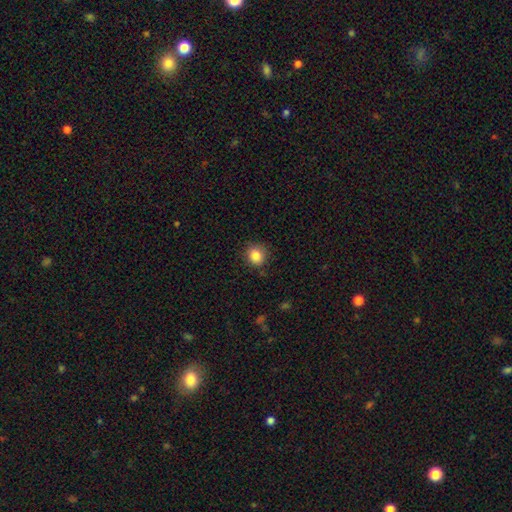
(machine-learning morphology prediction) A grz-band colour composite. It shows a smooth galaxy with no disk features (85%) that is round (84%). Merging: none (84%).